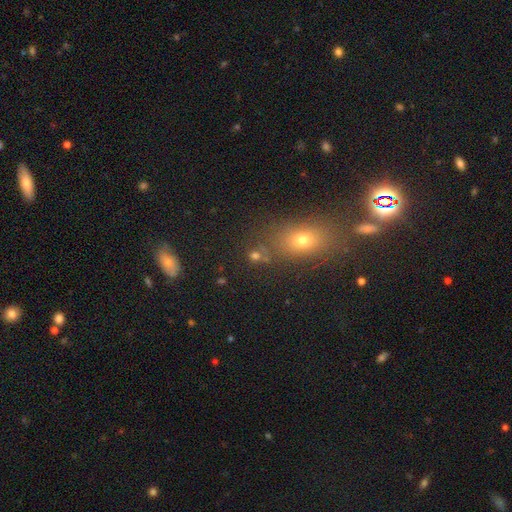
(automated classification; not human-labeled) Smooth or featured? Predicted: smooth (p=0.63). How rounded? Predicted: round (p=0.60). Merging? Predicted: none (p=0.68).